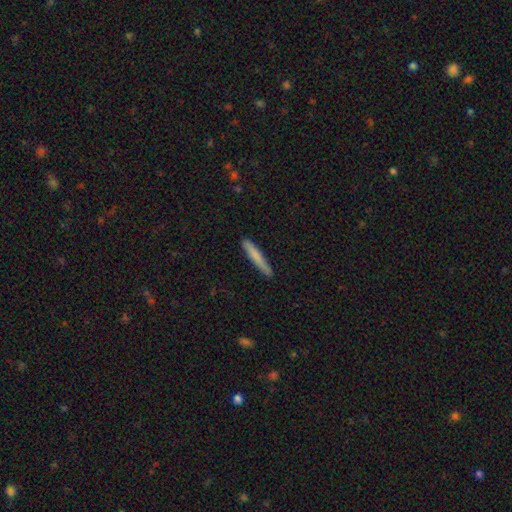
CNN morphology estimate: Overall: smooth (77%). How rounded: cigar-shaped (95%). Merging: none (88%).